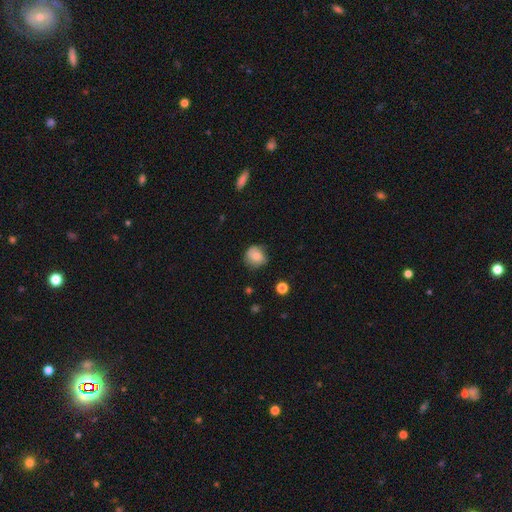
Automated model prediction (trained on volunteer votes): smooth_or_featured: smooth (p=0.73) [alt: featured or disk p=0.18]
how_rounded: round (p=0.81) [alt: in between p=0.18]
merging: none (p=0.64) [alt: minor disturbance p=0.27]